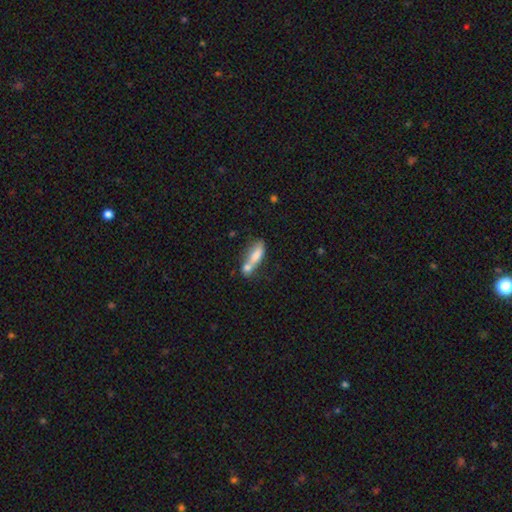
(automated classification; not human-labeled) A smooth galaxy with no disk features (73%) that is in between round and cigar-shaped (61%).

Vote fractions:
- Smooth or featured? smooth: 73% / featured or disk: 19% / star or artifact: 8%
- How rounded? in between: 61% / cigar-shaped: 36% / round: 4%
- Merging? merger: 57% / none: 23% / minor disturbance: 12% / major disturbance: 7%